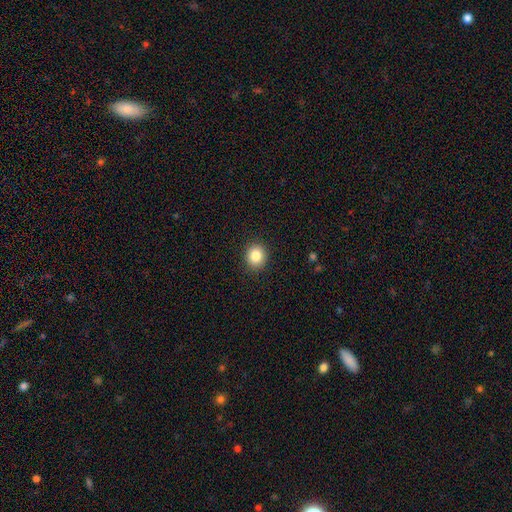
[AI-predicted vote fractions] A smooth galaxy with no disk features (84%) that is round (84%).

Vote fractions:
- Smooth or featured? smooth: 84% / star or artifact: 10% / featured or disk: 6%
- How rounded? round: 84% / in between: 16% / cigar-shaped: 1%
- Merging? none: 91% / minor disturbance: 6% / major disturbance: 2% / merger: 1%